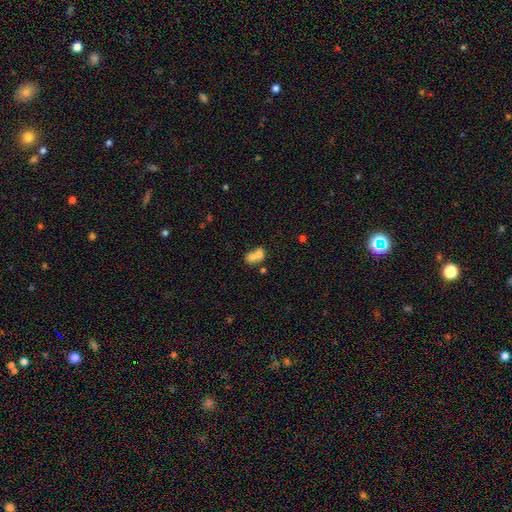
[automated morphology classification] smooth-or-featured: smooth: 69% | featured or disk: 21% | star or artifact: 10%
  how-rounded: in between: 56% | round: 43% | cigar-shaped: 2%
  merging: merger: 69% | none: 21% | minor disturbance: 7% | major disturbance: 4%